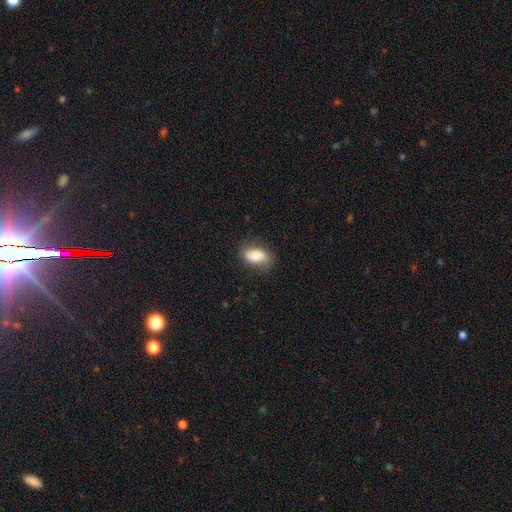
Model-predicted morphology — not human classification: Smooth or featured?
  - smooth: 73% *
  - featured or disk: 20%
  - star or artifact: 8%
How rounded?
  - in between: 87% *
  - round: 10%
  - cigar-shaped: 3%
Merging?
  - none: 75% *
  - minor disturbance: 19%
  - major disturbance: 5%
  - merger: 1%